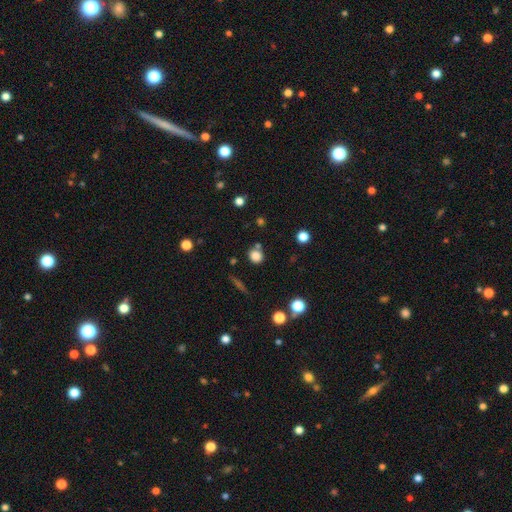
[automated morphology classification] Smooth or featured?
  - smooth: 81% *
  - star or artifact: 13%
  - featured or disk: 6%
How rounded?
  - round: 81% *
  - in between: 18%
  - cigar-shaped: 1%
Merging?
  - none: 73% *
  - merger: 13%
  - minor disturbance: 10%
  - major disturbance: 4%